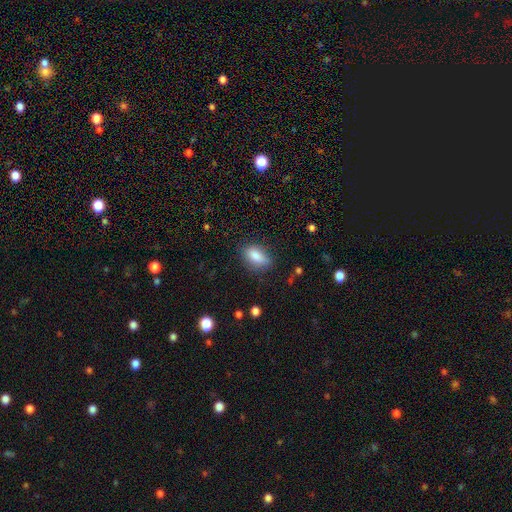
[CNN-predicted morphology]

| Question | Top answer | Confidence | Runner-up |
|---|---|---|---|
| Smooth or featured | smooth | 83% | featured or disk (9%) |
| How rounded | in between | 86% | round (7%) |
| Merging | none | 75% | minor disturbance (19%) |